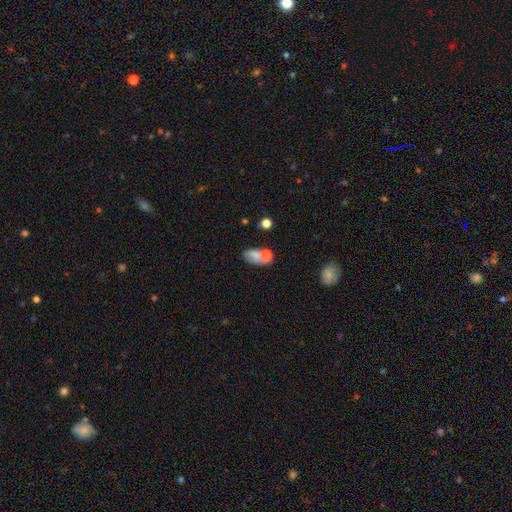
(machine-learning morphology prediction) A smooth galaxy with no disk features (64%) that is in between round and cigar-shaped (83%). Merging: none (40%).